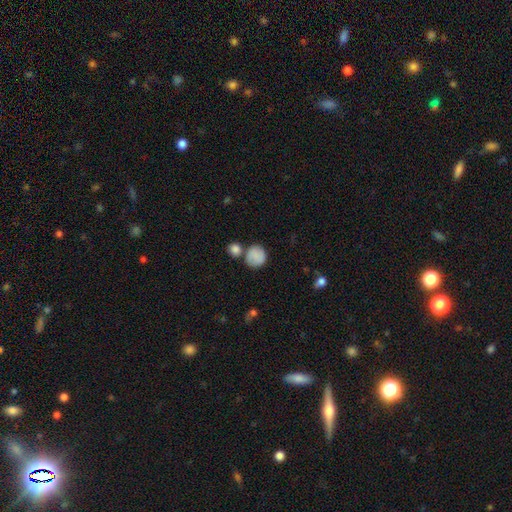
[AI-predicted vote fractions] Smooth or featured: smooth — 83% (star or artifact — 8%)
How rounded: round — 83% (in between — 16%)
Merging: none — 57% (merger — 22%)